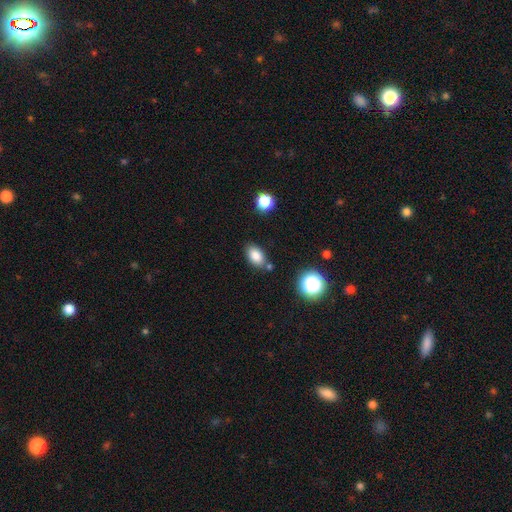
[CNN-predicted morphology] Smooth or featured: smooth — 83% (star or artifact — 10%)
How rounded: in between — 87% (round — 11%)
Merging: none — 76% (minor disturbance — 13%)